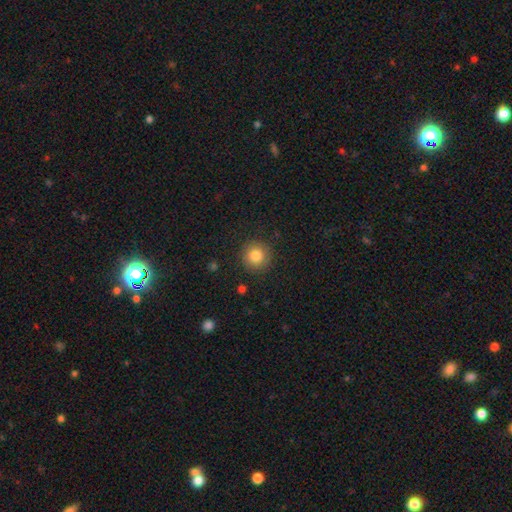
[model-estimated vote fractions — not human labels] Smooth or featured? smooth (83%)
How rounded? round (94%)
Merging? none (88%)